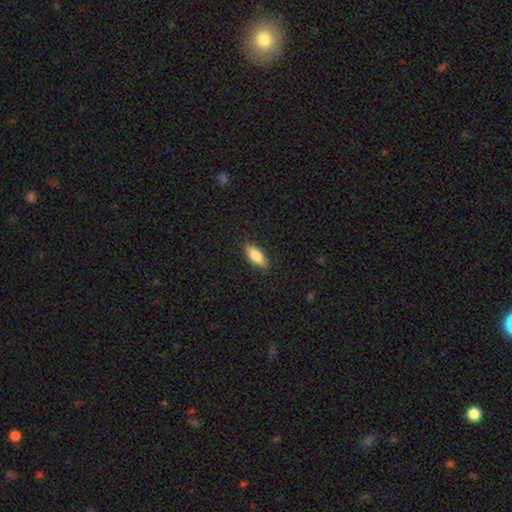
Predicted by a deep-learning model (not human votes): Smooth or featured? smooth (80%)
How rounded? in between (74%)
Merging? none (86%)